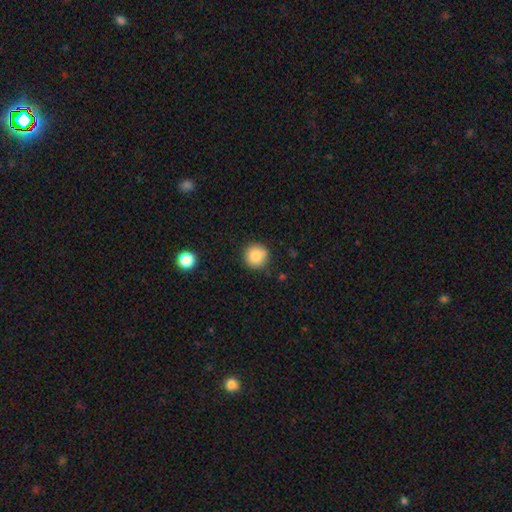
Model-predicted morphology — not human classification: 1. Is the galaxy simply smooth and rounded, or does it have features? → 84% smooth, 10% star or artifact, 6% featured or disk.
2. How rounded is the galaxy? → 94% round, 5% in between, 1% cigar-shaped.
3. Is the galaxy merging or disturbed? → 85% none, 10% minor disturbance, 3% merger, 3% major disturbance.